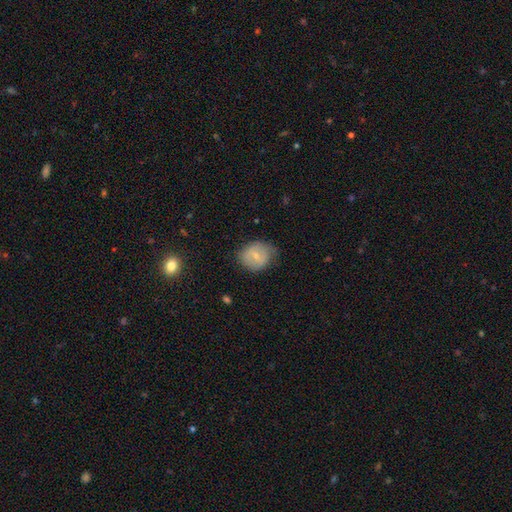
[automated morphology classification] The model was most divided on "smooth or featured": smooth: 61%, featured or disk: 31%, star or artifact: 8%. More confident: how rounded — round (67%); merging — none (62%).